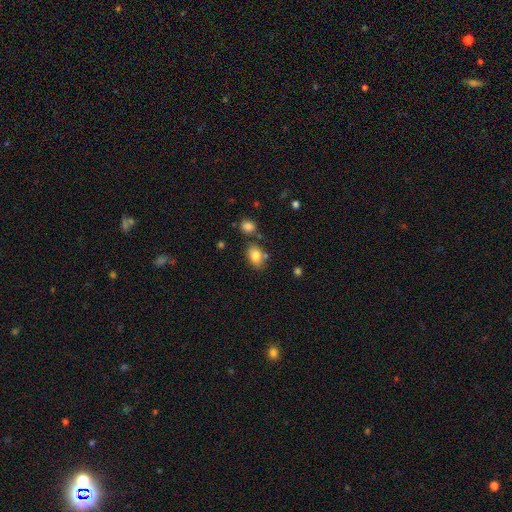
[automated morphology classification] Smooth or featured? Predicted: smooth (p=0.81). How rounded? Predicted: in between (p=0.78). Merging? Predicted: none (p=0.71).